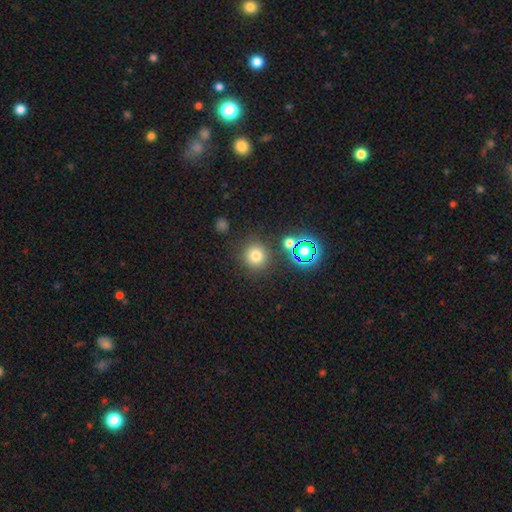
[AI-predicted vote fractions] smooth_or_featured: smooth (p=0.73) [alt: star or artifact p=0.19]
how_rounded: round (p=0.94) [alt: in between p=0.05]
merging: none (p=0.83) [alt: minor disturbance p=0.08]